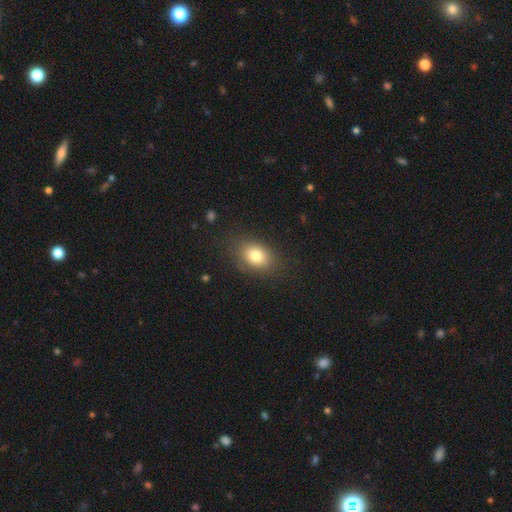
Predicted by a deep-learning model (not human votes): Morphology: type=smooth (81%); roundness=in between (72%); merging=none (81%).